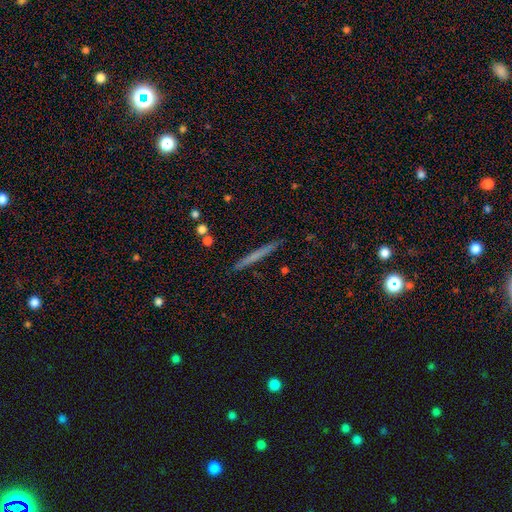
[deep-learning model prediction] This appears to be a smooth galaxy with no disk features (55%) that is cigar-shaped (97%). Merging: none (91%).